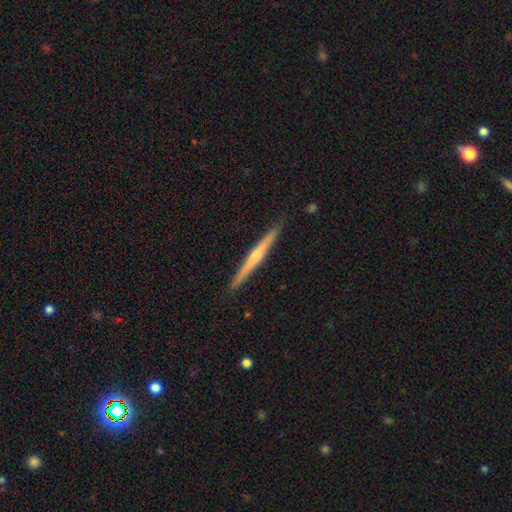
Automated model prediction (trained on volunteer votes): This is likely a featured or disk galaxy (65%). It is clearly viewed edge-on (98%). Edge-on bulge: likely rounded (64%). Merging: clearly none (91%).